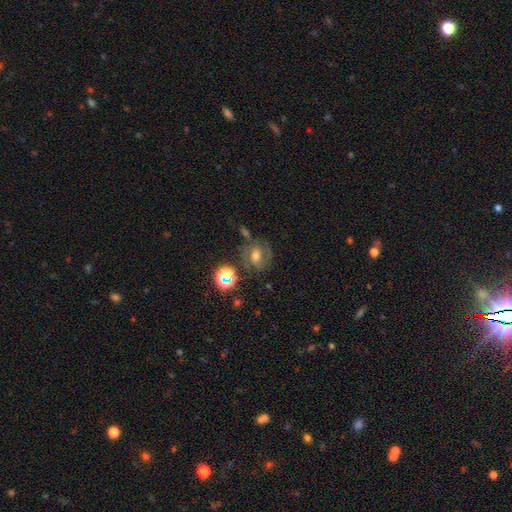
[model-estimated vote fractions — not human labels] Smooth or featured?
  - featured or disk: 59% *
  - smooth: 24%
  - star or artifact: 17%
Edge-on disk?
  - no: 96% *
  - yes: 4%
Bar?
  - weak: 41% *
  - no: 37%
  - strong: 22%
Spiral arms?
  - yes: 85% *
  - no: 15%
Bulge size?
  - moderate: 67% *
  - small: 19%
  - large: 11%
  - none: 2%
  - dominant: 2%
Merging?
  - none: 64% *
  - minor disturbance: 18%
  - major disturbance: 10%
  - merger: 8%